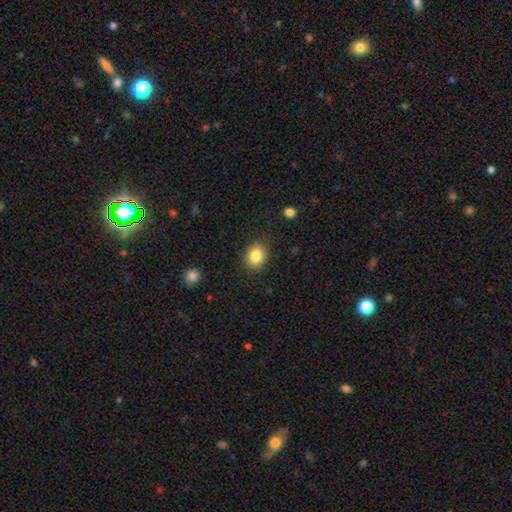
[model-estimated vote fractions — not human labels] Morphology: type=smooth (84%); roundness=round (61%); merging=none (87%).